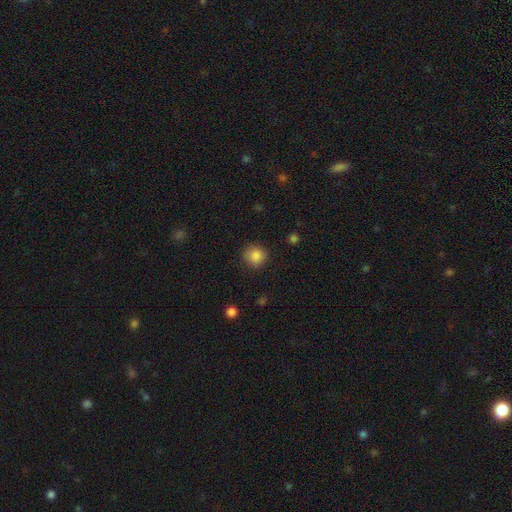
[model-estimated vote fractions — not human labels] Smooth or featured? Predicted: smooth (p=0.86). How rounded? Predicted: round (p=0.90). Merging? Predicted: none (p=0.84).